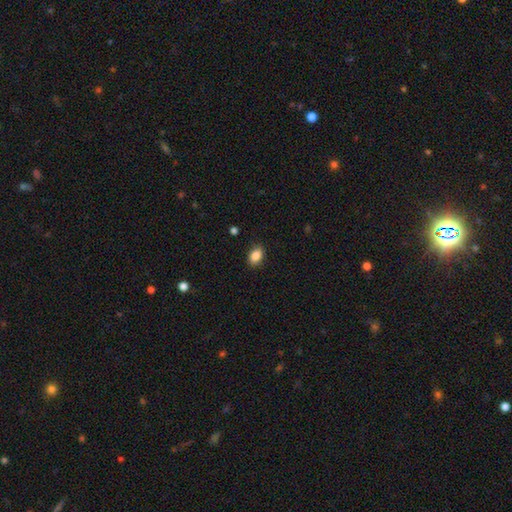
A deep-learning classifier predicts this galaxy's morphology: type=smooth (86%); roundness=in between (79%); merging=none (86%).